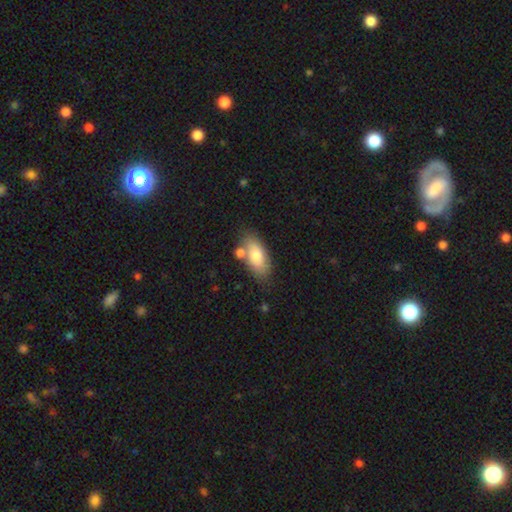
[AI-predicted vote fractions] Smooth or featured? smooth (74%)
How rounded? in between (86%)
Merging? none (66%)